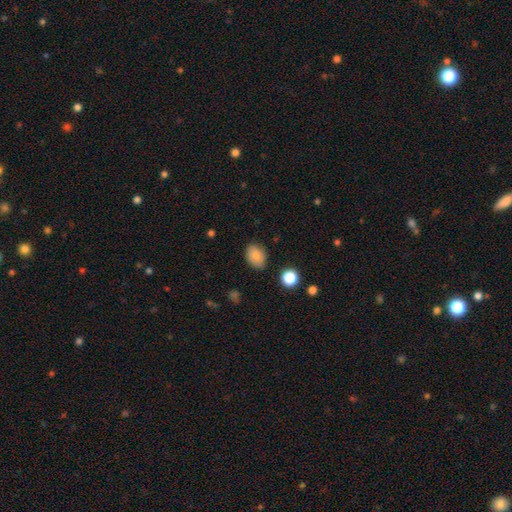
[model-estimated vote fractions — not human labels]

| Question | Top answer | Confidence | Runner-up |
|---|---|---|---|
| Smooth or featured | smooth | 83% | star or artifact (10%) |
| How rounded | in between | 71% | round (28%) |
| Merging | none | 83% | minor disturbance (13%) |